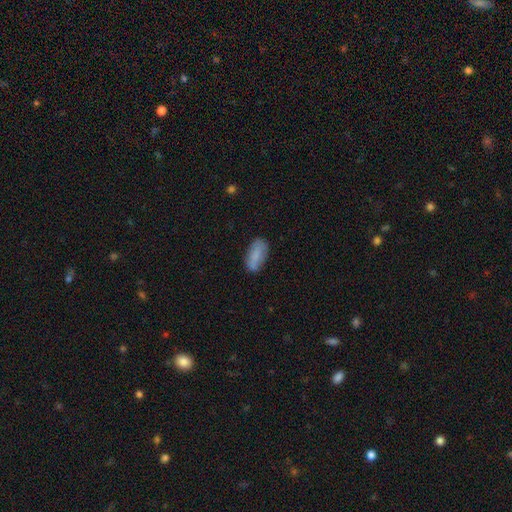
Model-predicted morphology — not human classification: Smooth or featured? smooth (78%)
How rounded? in between (88%)
Merging? none (75%)